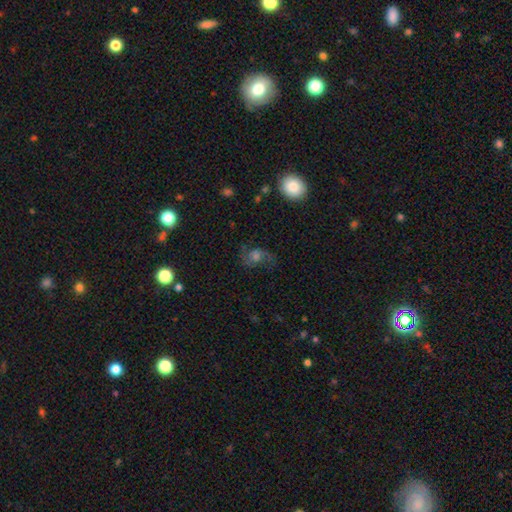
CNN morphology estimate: This appears to be a featured or disk galaxy (56%) with no bar (65%), spiral arms (89%) and a moderate central bulge (46%). Merging: none (62%).